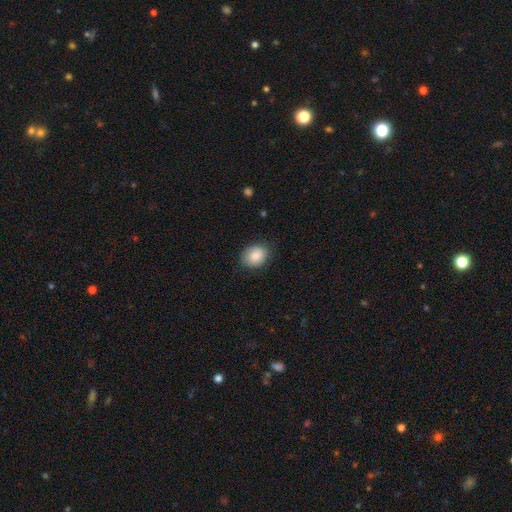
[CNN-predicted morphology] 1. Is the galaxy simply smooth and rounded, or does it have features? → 86% smooth, 8% star or artifact, 6% featured or disk.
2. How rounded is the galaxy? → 50% round, 49% in between, 1% cigar-shaped.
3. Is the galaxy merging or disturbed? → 84% none, 13% minor disturbance, 3% major disturbance, 1% merger.